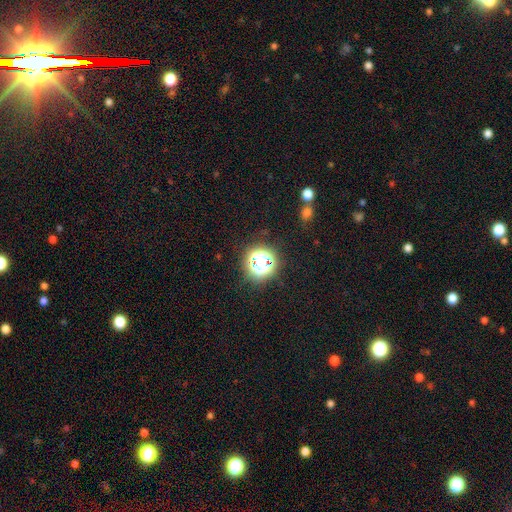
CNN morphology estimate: A star or artifact, not a galaxy (64%).

Vote fractions:
- Smooth or featured? star or artifact: 64% / smooth: 27% / featured or disk: 9%